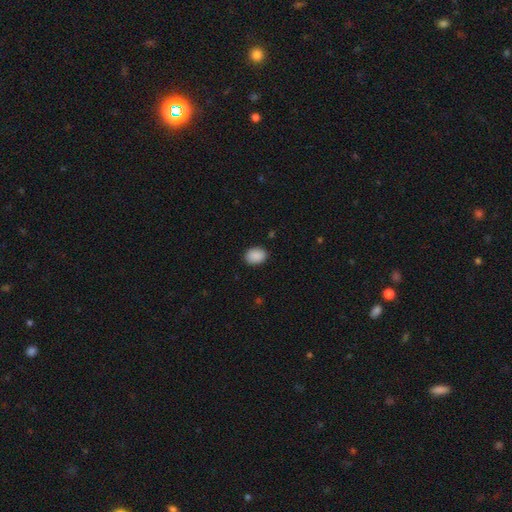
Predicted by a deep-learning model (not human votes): Smooth or featured? Predicted: smooth (p=0.90). How rounded? Predicted: in between (p=0.65). Merging? Predicted: none (p=0.88).